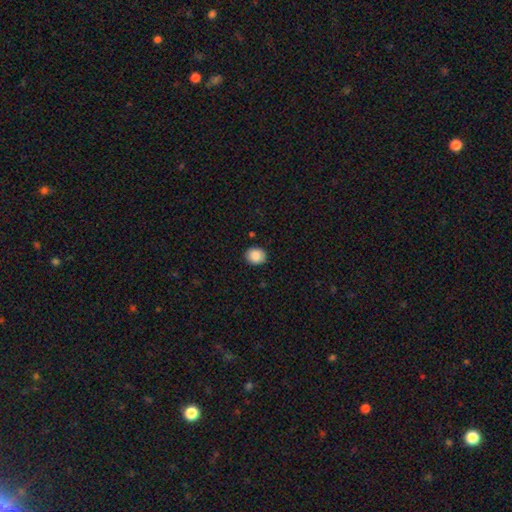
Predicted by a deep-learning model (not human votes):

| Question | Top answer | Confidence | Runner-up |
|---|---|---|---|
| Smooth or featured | smooth | 88% | star or artifact (8%) |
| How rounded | round | 75% | in between (25%) |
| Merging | none | 90% | minor disturbance (7%) |